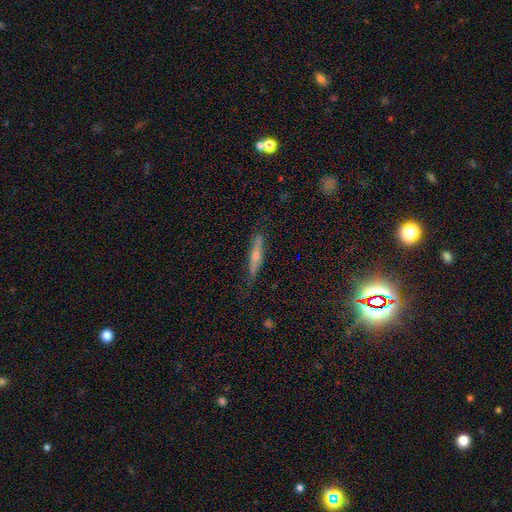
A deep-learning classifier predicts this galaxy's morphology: This is possibly a featured or disk galaxy (58%). It is clearly viewed edge-on (91%). Edge-on bulge: clearly rounded (85%). Merging: clearly none (80%).